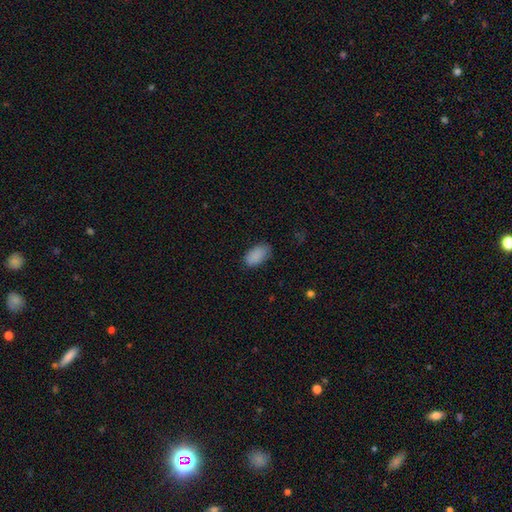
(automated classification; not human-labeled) A smooth galaxy with no disk features (89%) that is in between round and cigar-shaped (94%). Merging: none (79%).